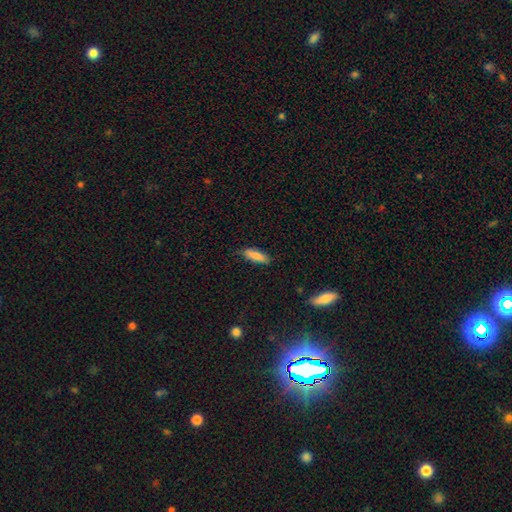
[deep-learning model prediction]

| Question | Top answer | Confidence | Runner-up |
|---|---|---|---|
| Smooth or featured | smooth | 83% | featured or disk (11%) |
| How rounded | cigar-shaped | 52% | in between (47%) |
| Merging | none | 78% | minor disturbance (17%) |